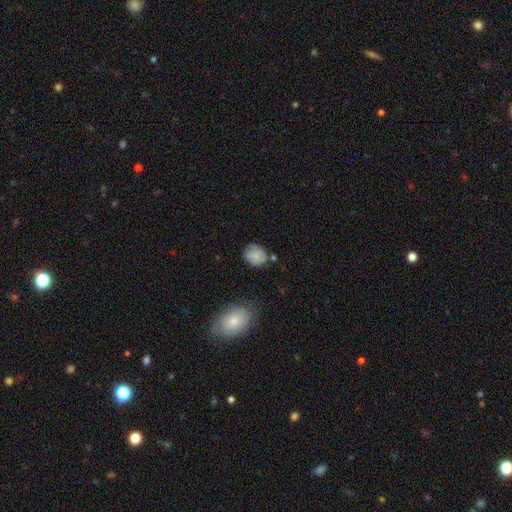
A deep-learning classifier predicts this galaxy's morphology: Smooth or featured? Predicted: smooth (p=0.79). How rounded? Predicted: round (p=0.69). Merging? Predicted: none (p=0.66).